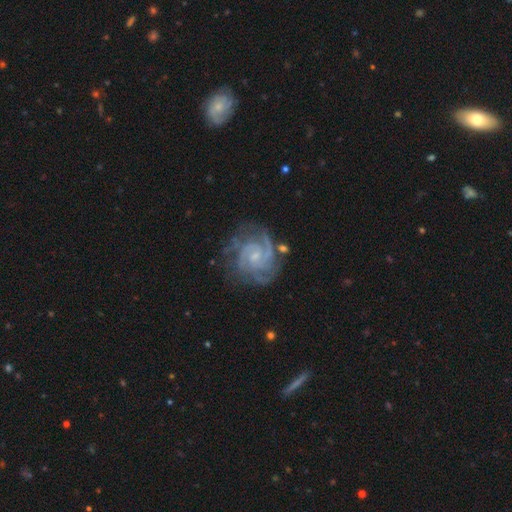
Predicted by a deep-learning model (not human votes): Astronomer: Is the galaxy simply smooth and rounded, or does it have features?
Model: featured or disk — 91%.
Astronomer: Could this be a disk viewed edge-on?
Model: no — 98%.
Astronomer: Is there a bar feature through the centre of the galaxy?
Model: no — 59% (runner-up: weak, 34%).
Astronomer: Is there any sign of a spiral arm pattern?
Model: yes — 98%.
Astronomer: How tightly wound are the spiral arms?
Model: tight — 65%.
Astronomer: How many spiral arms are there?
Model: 3 — 34% (runner-up: 2, 33%).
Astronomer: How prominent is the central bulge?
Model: small — 71%.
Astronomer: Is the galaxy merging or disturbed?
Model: none — 72%.